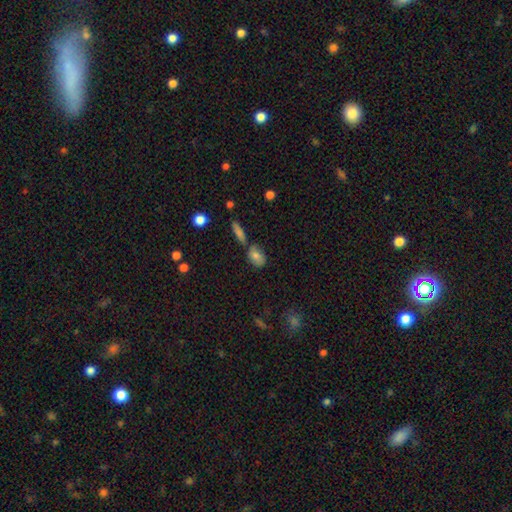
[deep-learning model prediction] Overall: smooth (75%). How rounded: in between (79%). Merging: none (57%; minor disturbance 19%).